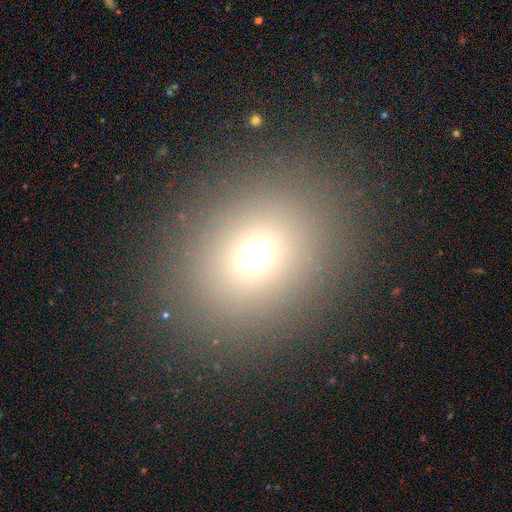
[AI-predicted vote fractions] Smooth or featured?
  - smooth: 68% *
  - star or artifact: 21%
  - featured or disk: 10%
How rounded?
  - round: 60% *
  - in between: 39%
  - cigar-shaped: 1%
Merging?
  - none: 87% *
  - minor disturbance: 7%
  - major disturbance: 4%
  - merger: 1%